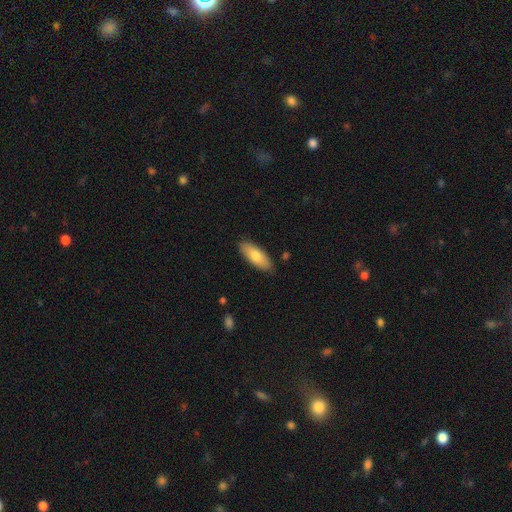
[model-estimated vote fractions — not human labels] Q: Smooth or featured?
A: smooth (77%); runner-up: featured or disk (17%)
Q: How rounded?
A: in between (75%); runner-up: cigar-shaped (23%)
Q: Merging?
A: none (86%); runner-up: minor disturbance (11%)